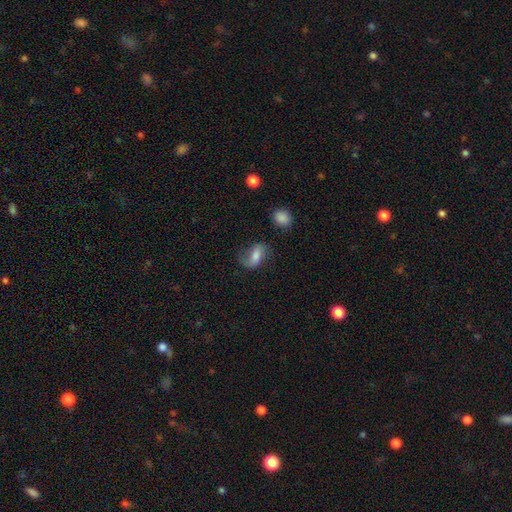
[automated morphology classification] smooth-or-featured: smooth: 55% | featured or disk: 36% | star or artifact: 9%
  how-rounded: in between: 84% | round: 13% | cigar-shaped: 4%
  merging: none: 57% | minor disturbance: 24% | major disturbance: 16% | merger: 3%